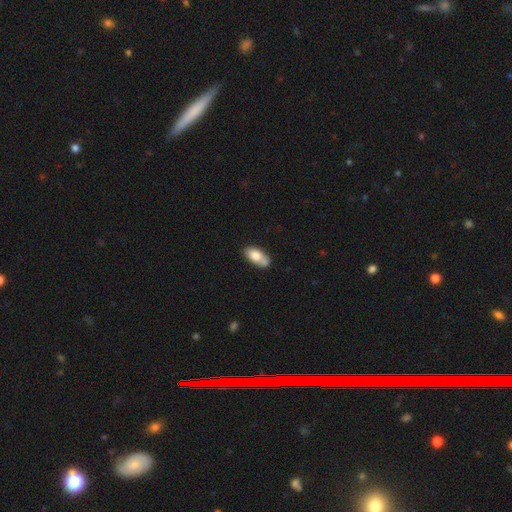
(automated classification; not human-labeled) smooth 76%, featured or disk 17%, star or artifact 7%. Down the decision tree: how rounded — in between (89%); merging — none (56%).